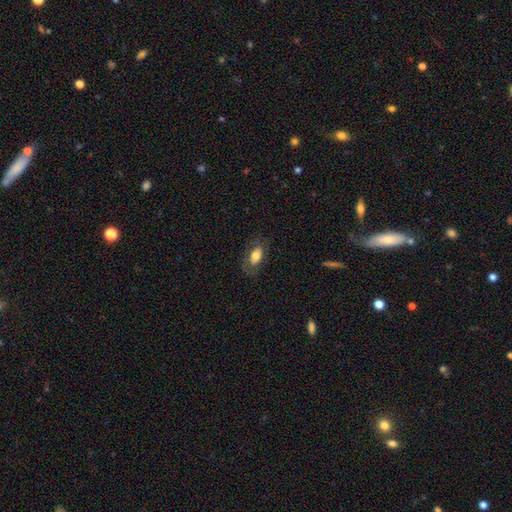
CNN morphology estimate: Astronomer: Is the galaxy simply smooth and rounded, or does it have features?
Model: smooth — 65%.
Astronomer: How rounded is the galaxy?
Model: in between — 89%.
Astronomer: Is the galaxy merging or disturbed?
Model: none — 71%.